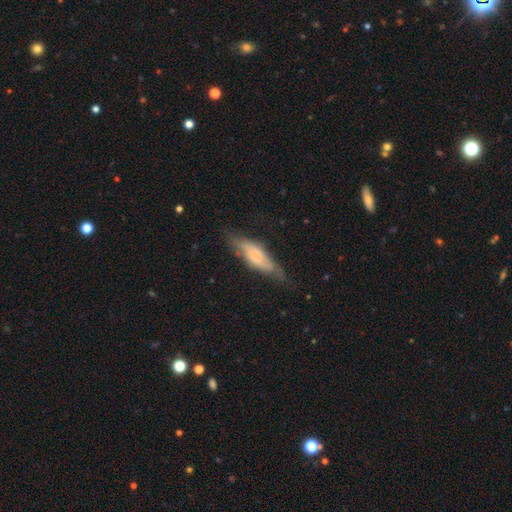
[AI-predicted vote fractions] smooth_or_featured: smooth (p=0.54) [alt: featured or disk p=0.38]
how_rounded: cigar-shaped (p=0.54) [alt: in between p=0.43]
merging: none (p=0.64) [alt: minor disturbance p=0.26]